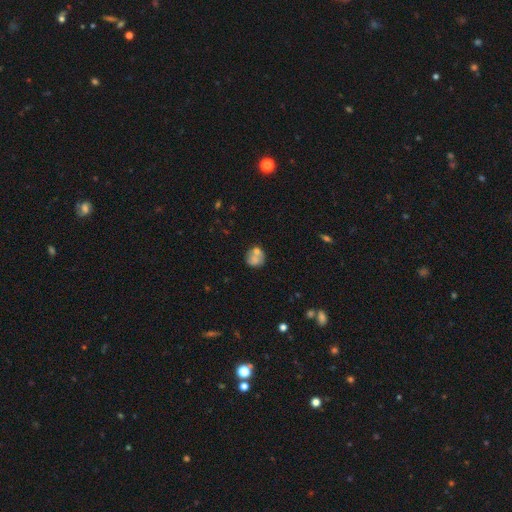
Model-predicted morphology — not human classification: Q: Smooth or featured?
A: smooth (67%); runner-up: featured or disk (24%)
Q: How rounded?
A: round (81%); runner-up: in between (18%)
Q: Merging?
A: none (48%); runner-up: merger (28%)